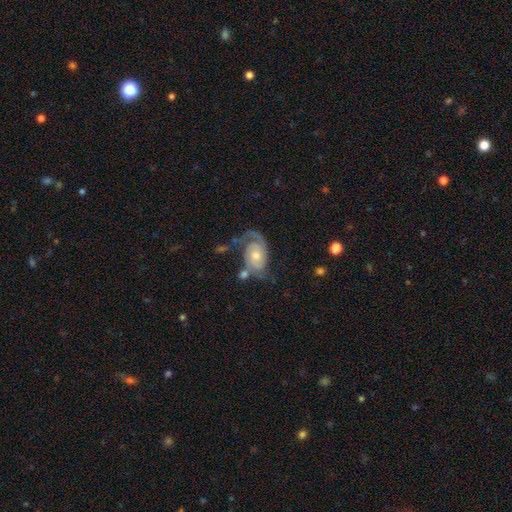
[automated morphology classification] featured or disk 81%, smooth 14%, star or artifact 6%. Down the decision tree: edge-on disk — no (97%); bar — no (72%); spiral arms — yes (94%); spiral arm count — 2 (59%); spiral winding — medium (39%, tied with tight); bulge size — moderate (59%); merging — none (44%).